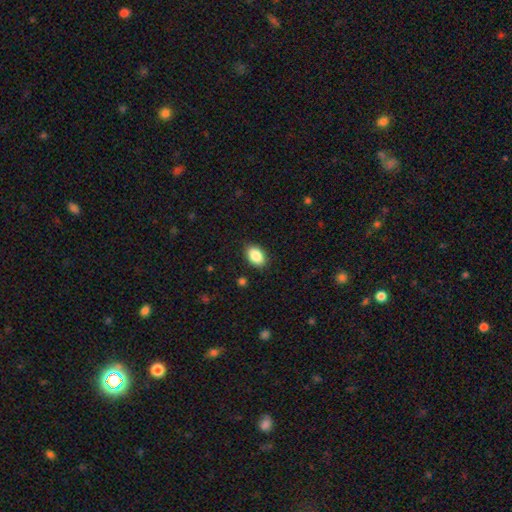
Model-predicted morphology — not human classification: A smooth galaxy with no disk features (88%) that is in between round and cigar-shaped (88%). Merging: none (87%).